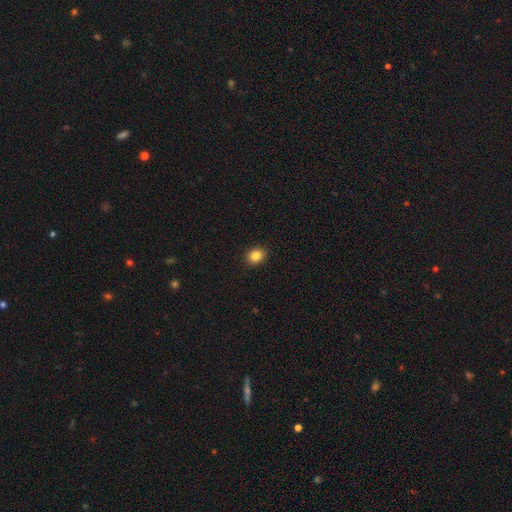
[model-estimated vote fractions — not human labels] This appears to be a smooth galaxy with no disk features (84%) that is round (60%). Merging: none (92%).